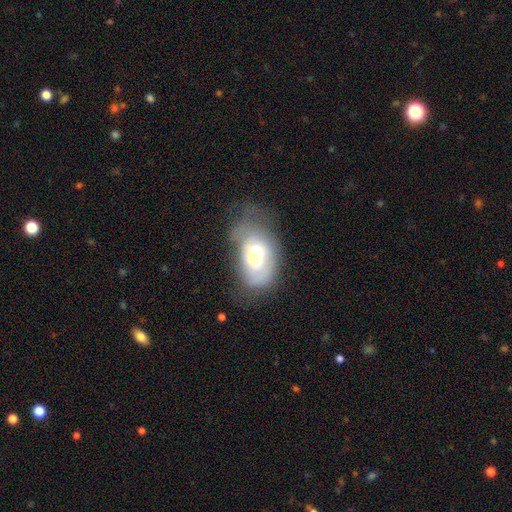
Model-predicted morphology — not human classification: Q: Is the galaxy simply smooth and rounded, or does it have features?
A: smooth — 55%.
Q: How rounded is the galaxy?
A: in between — 88%.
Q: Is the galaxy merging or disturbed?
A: minor disturbance — 33%, tied with major disturbance.